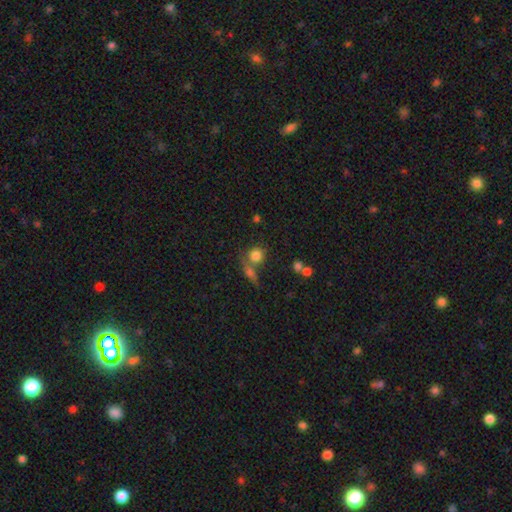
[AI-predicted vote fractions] Smooth or featured? Predicted: smooth (p=0.79). How rounded? Predicted: round (p=0.84). Merging? Predicted: none (p=0.54).